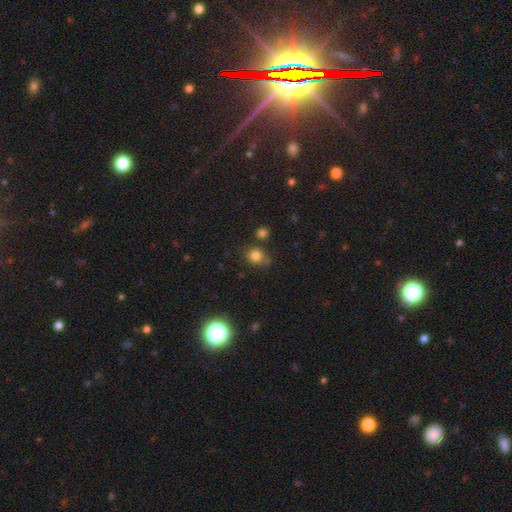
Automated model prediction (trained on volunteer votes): smooth_or_featured: smooth (p=0.79) [alt: star or artifact p=0.15]
how_rounded: round (p=0.83) [alt: in between p=0.15]
merging: none (p=0.69) [alt: minor disturbance p=0.16]